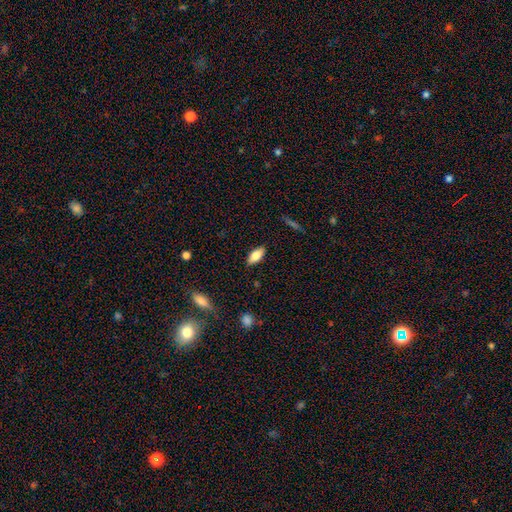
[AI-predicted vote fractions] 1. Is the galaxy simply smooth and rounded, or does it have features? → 75% smooth, 18% featured or disk, 7% star or artifact.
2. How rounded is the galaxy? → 84% in between, 13% cigar-shaped, 3% round.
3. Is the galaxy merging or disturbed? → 87% none, 10% minor disturbance, 2% major disturbance, 1% merger.